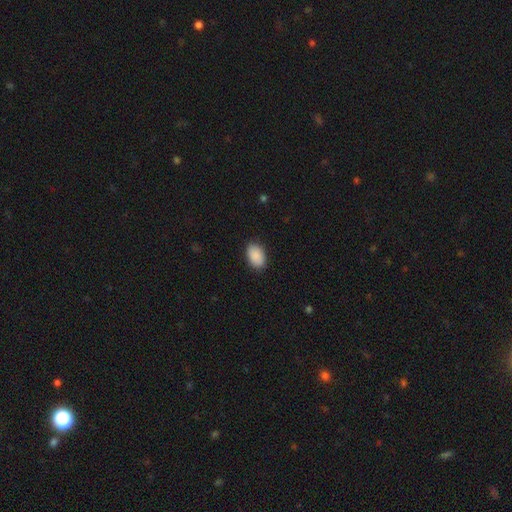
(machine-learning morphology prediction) This is clearly a smooth galaxy (91%). How rounded: clearly in between (89%). Merging: clearly none (87%).